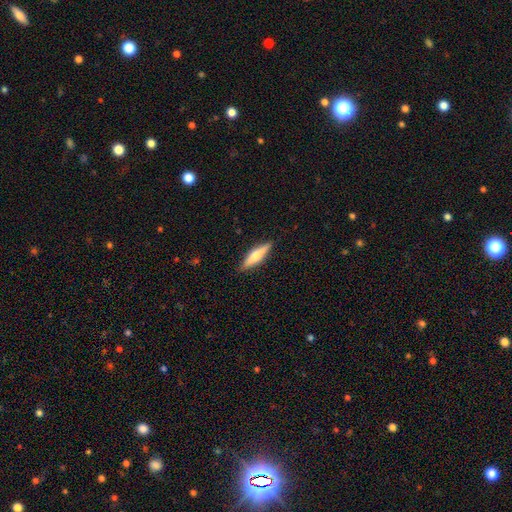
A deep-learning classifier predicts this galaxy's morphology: Smooth or featured?
  - featured or disk: 50% *
  - smooth: 45%
  - star or artifact: 6%
Merging?
  - none: 89% *
  - minor disturbance: 8%
  - major disturbance: 2%
  - merger: 1%